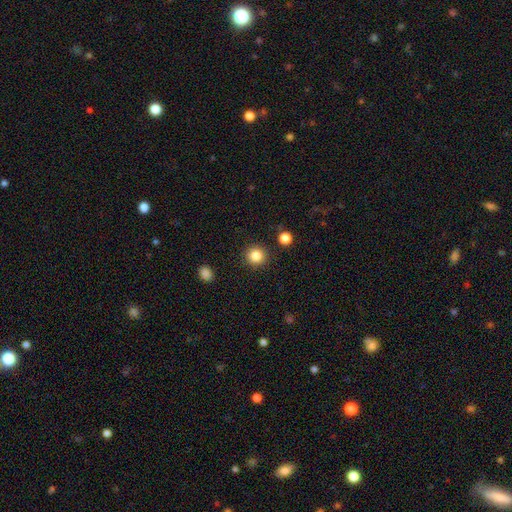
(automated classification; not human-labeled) Smooth or featured? smooth (85%)
How rounded? round (94%)
Merging? none (91%)